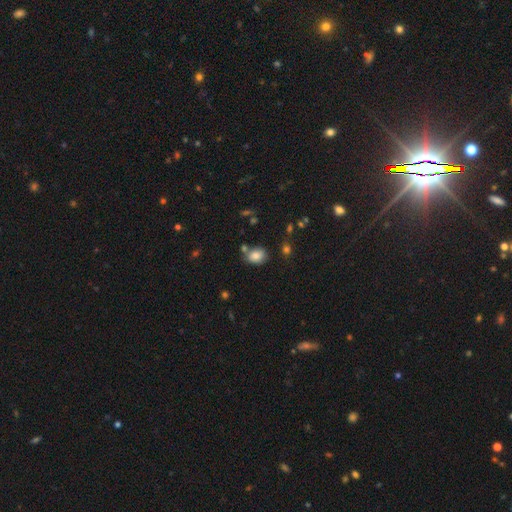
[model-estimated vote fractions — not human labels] smooth-or-featured: smooth: 82% | star or artifact: 10% | featured or disk: 8%
  how-rounded: in between: 60% | round: 38% | cigar-shaped: 1%
  merging: none: 66% | minor disturbance: 16% | merger: 14% | major disturbance: 4%